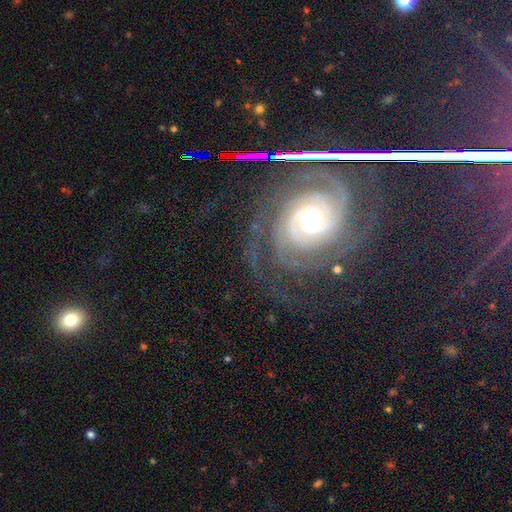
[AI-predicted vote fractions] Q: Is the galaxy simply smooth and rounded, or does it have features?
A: featured or disk — 81%.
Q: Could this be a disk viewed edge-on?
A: no — 97%.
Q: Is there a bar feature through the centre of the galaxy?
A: no — 66%.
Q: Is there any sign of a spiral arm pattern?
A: yes — 98%.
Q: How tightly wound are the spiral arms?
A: tight — 74%.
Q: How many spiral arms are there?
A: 2 — 31%.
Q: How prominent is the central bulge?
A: moderate — 48%.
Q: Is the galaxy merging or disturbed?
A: none — 72%.